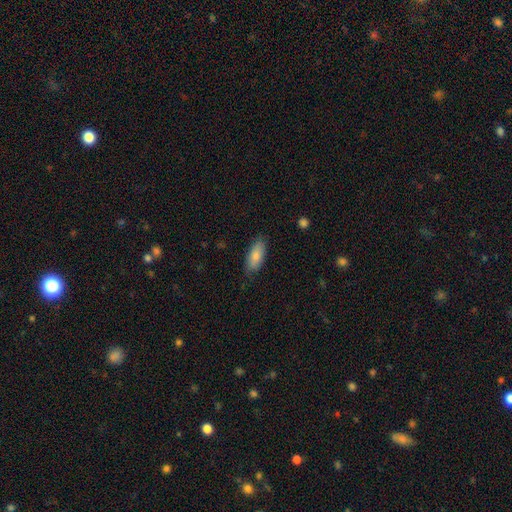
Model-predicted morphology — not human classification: smooth 80%, featured or disk 14%, star or artifact 6%. Down the decision tree: how rounded — in between (85%); merging — none (80%).